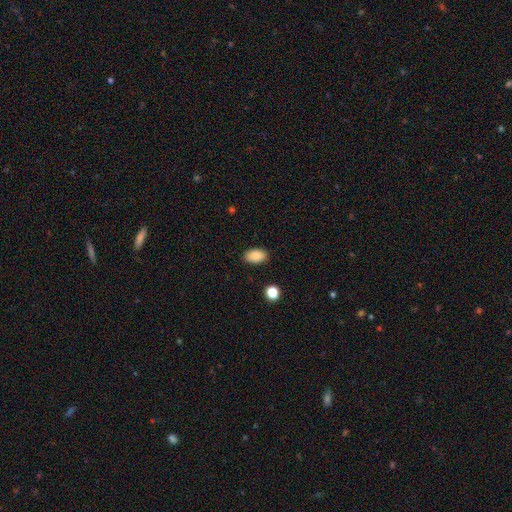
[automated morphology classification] Smooth or featured? smooth (88%)
How rounded? in between (91%)
Merging? none (87%)